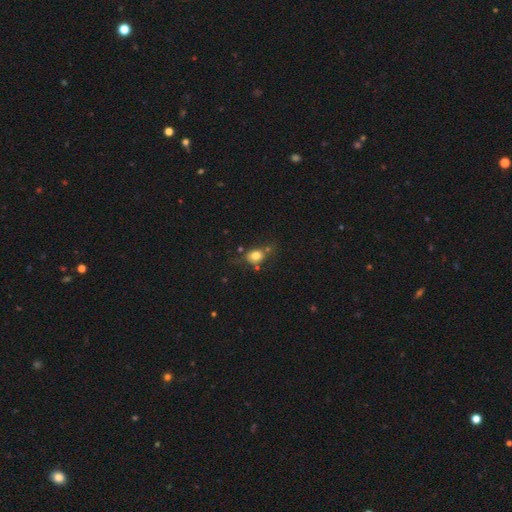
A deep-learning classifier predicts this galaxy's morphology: A smooth galaxy with no disk features (77%) that is in between round and cigar-shaped (50%). Merging: none (61%).